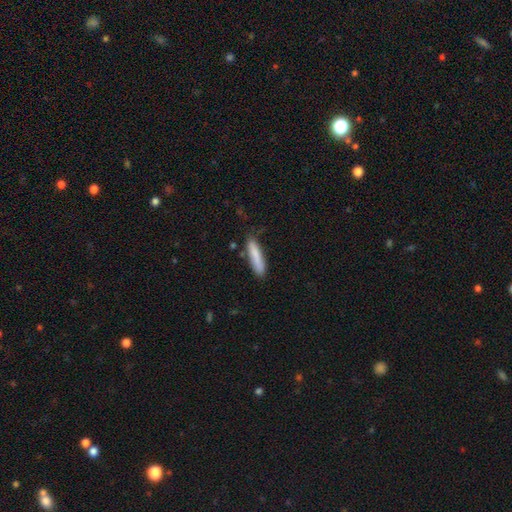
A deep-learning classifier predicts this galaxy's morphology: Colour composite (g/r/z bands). It shows a smooth galaxy with no disk features (82%) that is cigar-shaped (81%). Merging: none (74%).